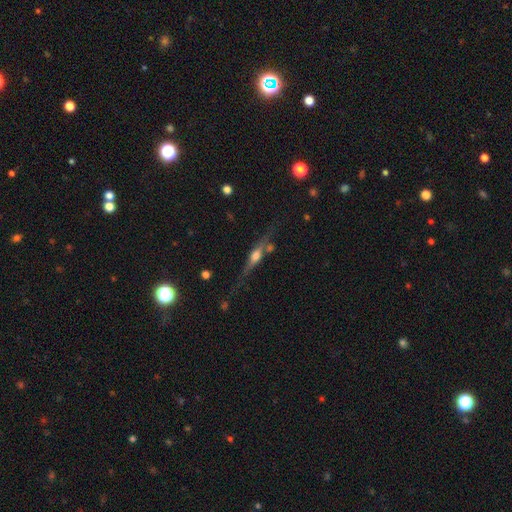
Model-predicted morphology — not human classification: featured or disk 71%, smooth 21%, star or artifact 7%. Down the decision tree: edge-on disk — yes (94%); edge-on bulge — rounded (89%); merging — none (67%).